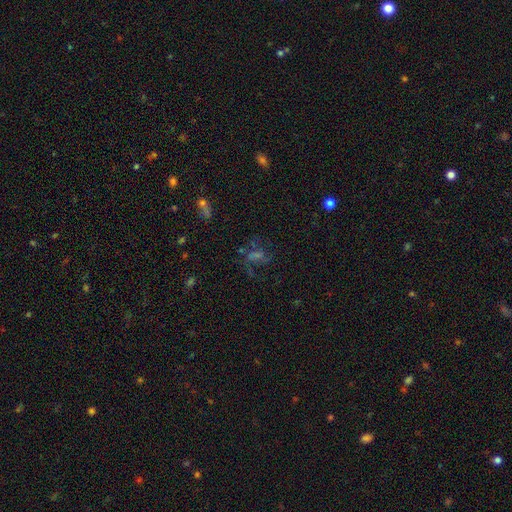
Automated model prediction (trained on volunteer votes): star or artifact 37%, featured or disk 36%, smooth 27%.